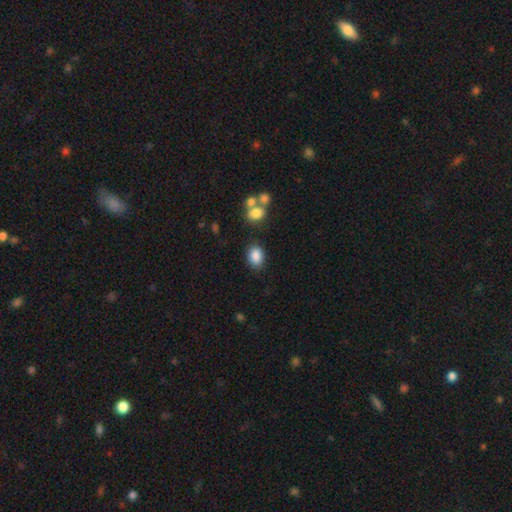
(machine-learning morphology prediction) The model was most divided on "how rounded": in between: 67%, round: 32%, cigar-shaped: 1%. More confident: smooth or featured — smooth (86%); merging — none (79%).